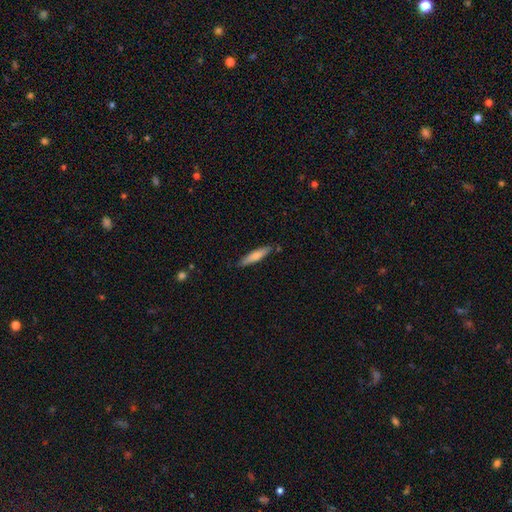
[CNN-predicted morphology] Smooth or featured?
  - smooth: 73% *
  - featured or disk: 21%
  - star or artifact: 6%
How rounded?
  - cigar-shaped: 84% *
  - in between: 14%
  - round: 1%
Merging?
  - none: 85% *
  - minor disturbance: 11%
  - merger: 2%
  - major disturbance: 2%